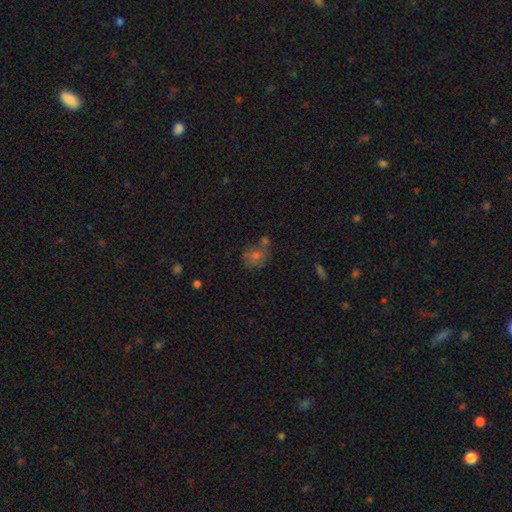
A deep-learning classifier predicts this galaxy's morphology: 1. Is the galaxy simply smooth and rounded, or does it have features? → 61% smooth, 22% star or artifact, 18% featured or disk.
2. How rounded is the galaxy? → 79% round, 19% in between, 1% cigar-shaped.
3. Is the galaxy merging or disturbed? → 59% none, 20% merger, 15% minor disturbance, 6% major disturbance.